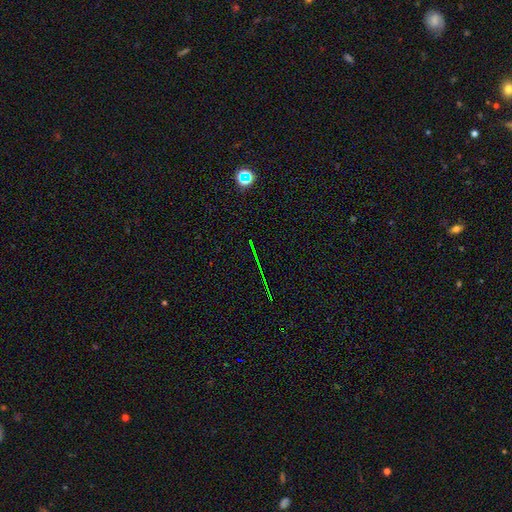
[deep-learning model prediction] Smooth or featured: star or artifact — 77% (featured or disk — 13%)